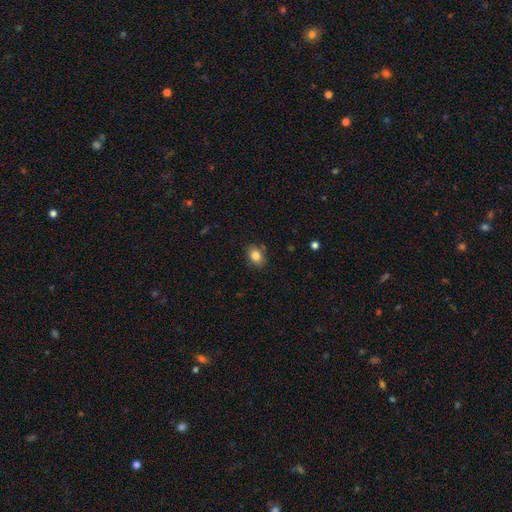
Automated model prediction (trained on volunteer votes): Smooth or featured: smooth — 84% (star or artifact — 9%)
How rounded: in between — 66% (round — 33%)
Merging: none — 82% (minor disturbance — 13%)